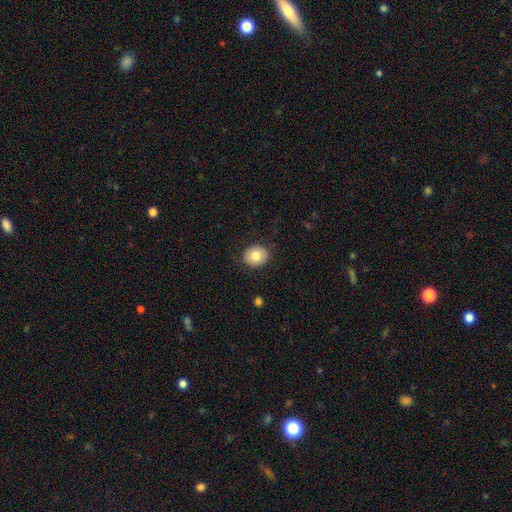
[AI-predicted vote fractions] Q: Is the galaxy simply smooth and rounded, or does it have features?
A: smooth — 81%.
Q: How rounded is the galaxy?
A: round — 68%.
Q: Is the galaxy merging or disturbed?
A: none — 88%.